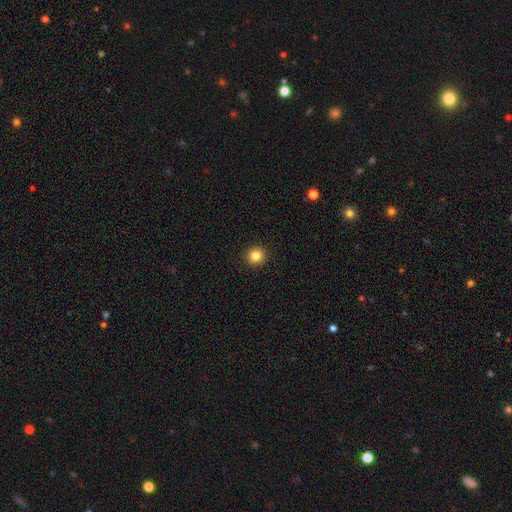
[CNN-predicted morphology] Overall: smooth (83%). How rounded: round (93%). Merging: none (93%).